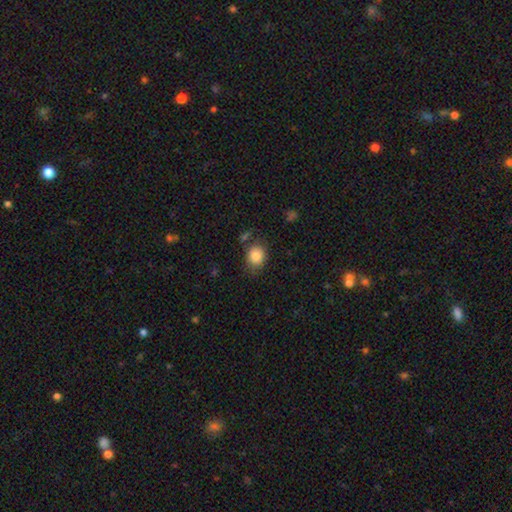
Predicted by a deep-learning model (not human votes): Overall: smooth (84%). How rounded: round (60%; in between 39%). Merging: none (72%).